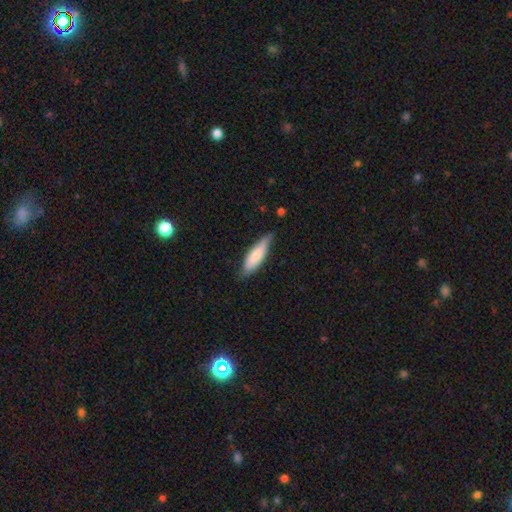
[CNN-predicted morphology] type=smooth (74%); roundness=cigar-shaped (59%); merging=none (70%).